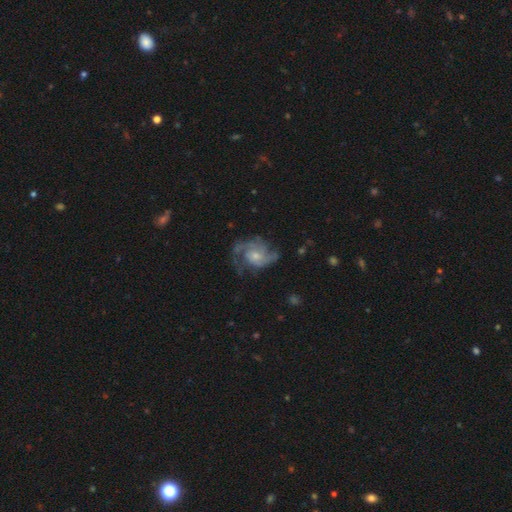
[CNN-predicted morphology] Smooth or featured? Predicted: featured or disk (p=0.81). Edge-on disk? Predicted: no (p=0.98). Bar? Predicted: no (p=0.72). Spiral arms? Predicted: yes (p=0.93). Spiral winding? Predicted: medium (p=0.48). Spiral arm count? Predicted: 2 (p=0.36). Bulge size? Predicted: small (p=0.57). Merging? Predicted: none (p=0.54).